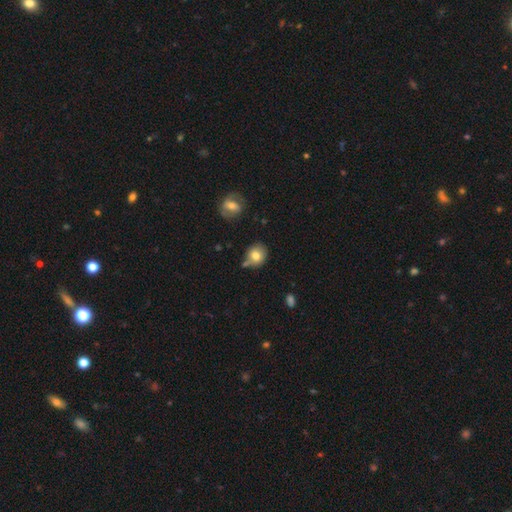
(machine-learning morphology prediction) A smooth galaxy with no disk features (78%) that is round (71%).

Vote fractions:
- Smooth or featured? smooth: 78% / featured or disk: 12% / star or artifact: 9%
- How rounded? round: 71% / in between: 28% / cigar-shaped: 1%
- Merging? none: 63% / minor disturbance: 20% / merger: 13% / major disturbance: 4%